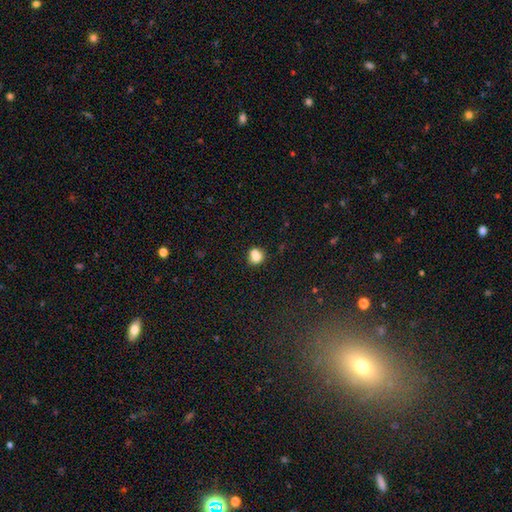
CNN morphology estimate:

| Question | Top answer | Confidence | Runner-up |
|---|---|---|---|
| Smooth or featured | smooth | 78% | star or artifact (11%) |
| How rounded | round | 66% | in between (33%) |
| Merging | none | 48% | merger (31%) |